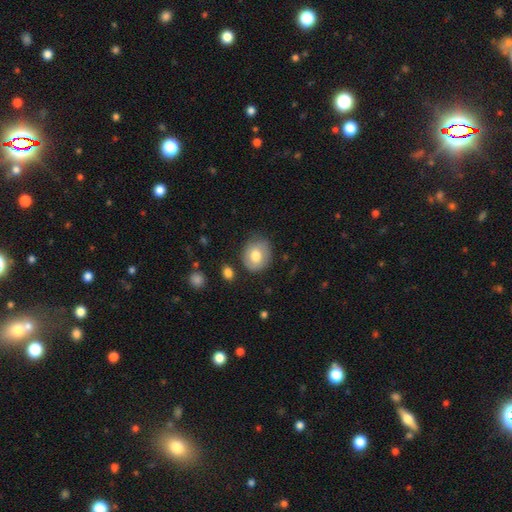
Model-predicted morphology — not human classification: Smooth or featured? Predicted: smooth (p=0.74). How rounded? Predicted: round (p=0.60). Merging? Predicted: none (p=0.74).